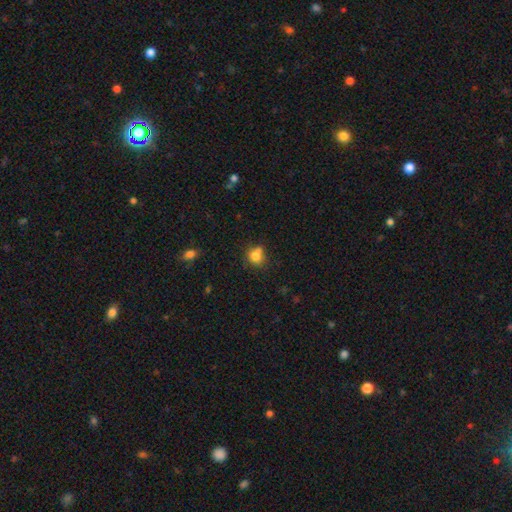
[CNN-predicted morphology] smooth 76%, star or artifact 12%, featured or disk 12%. Down the decision tree: how rounded — round (67%); merging — none (47%).